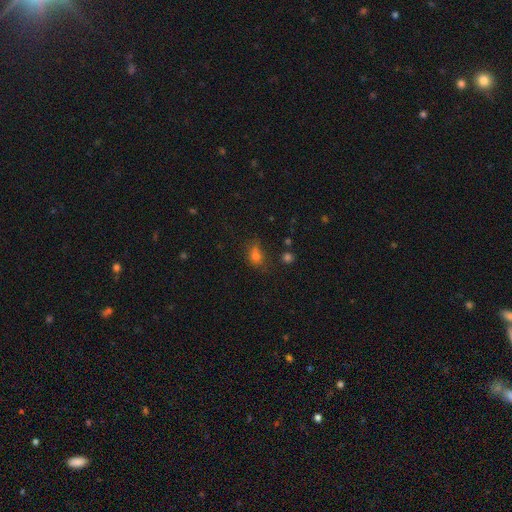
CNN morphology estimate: Smooth or featured: smooth — 73% (star or artifact — 17%)
How rounded: in between — 59% (round — 39%)
Merging: none — 55% (minor disturbance — 26%)